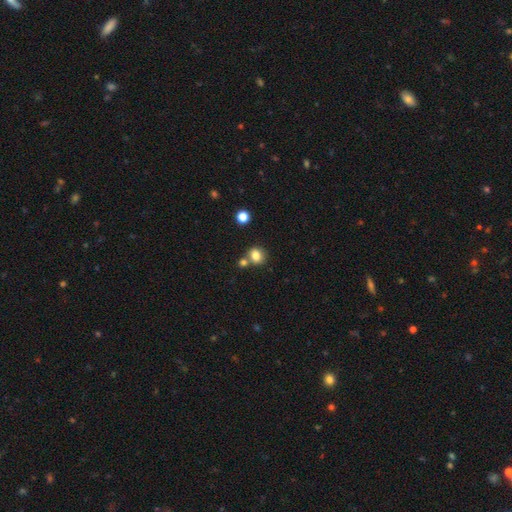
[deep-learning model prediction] smooth_or_featured: smooth (p=0.82) [alt: star or artifact p=0.11]
how_rounded: round (p=0.70) [alt: in between p=0.29]
merging: none (p=0.64) [alt: merger p=0.22]